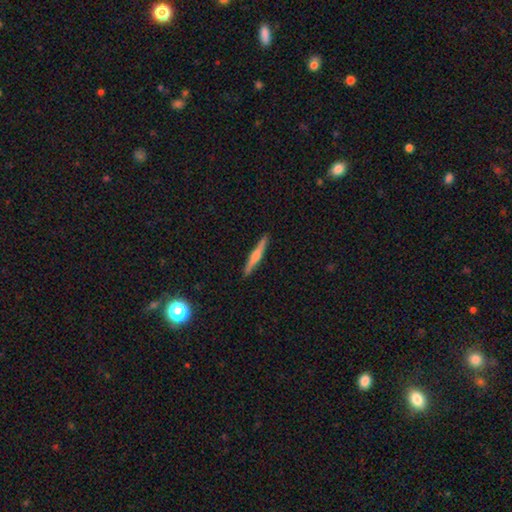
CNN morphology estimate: Q: Smooth or featured?
A: featured or disk (57%); runner-up: smooth (37%)
Q: Edge-on disk?
A: yes (98%); runner-up: no (2%)
Q: Edge-on bulge?
A: rounded (72%); runner-up: boxy (15%)
Q: Merging?
A: none (91%); runner-up: minor disturbance (7%)